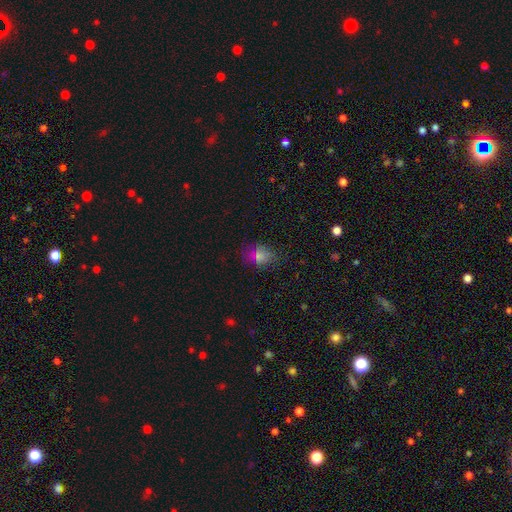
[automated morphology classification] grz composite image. It shows a smooth galaxy with no disk features (61%) that is in between round and cigar-shaped (56%). Merging: none (71%).